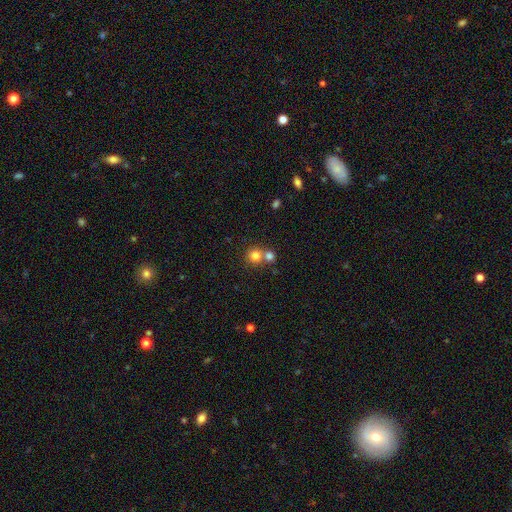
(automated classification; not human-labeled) Smooth or featured? smooth (79%)
How rounded? round (90%)
Merging? none (51%)